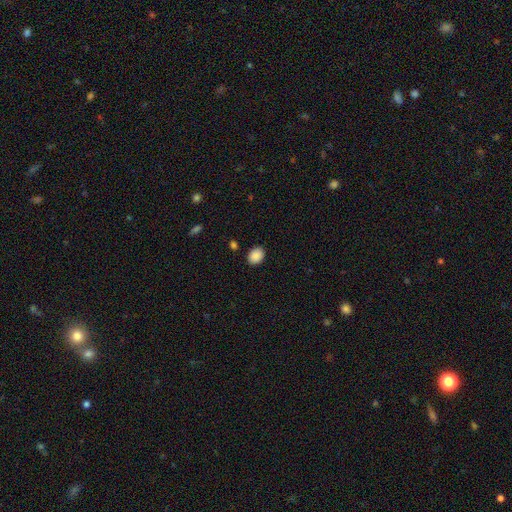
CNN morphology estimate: Smooth or featured? smooth (89%)
How rounded? in between (61%)
Merging? none (88%)